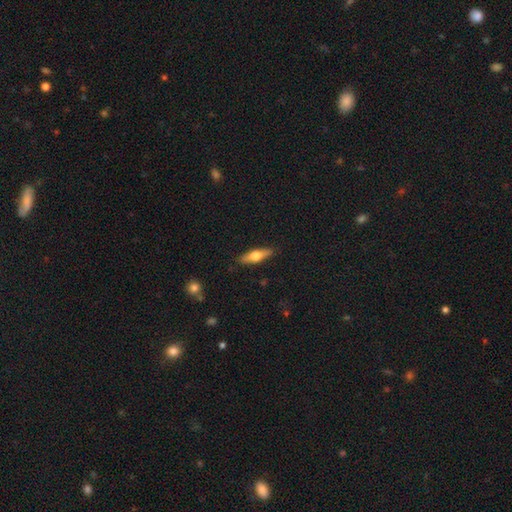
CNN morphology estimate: A smooth galaxy with no disk features (49%). Merging: none (89%).